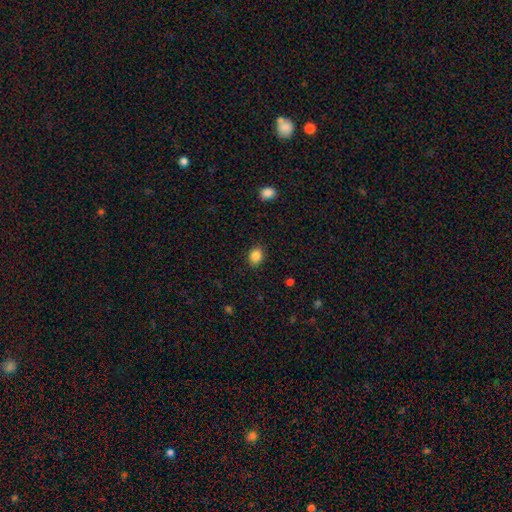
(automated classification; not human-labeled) This appears to be a smooth galaxy with no disk features (86%) that is in between round and cigar-shaped (57%). Merging: none (87%).